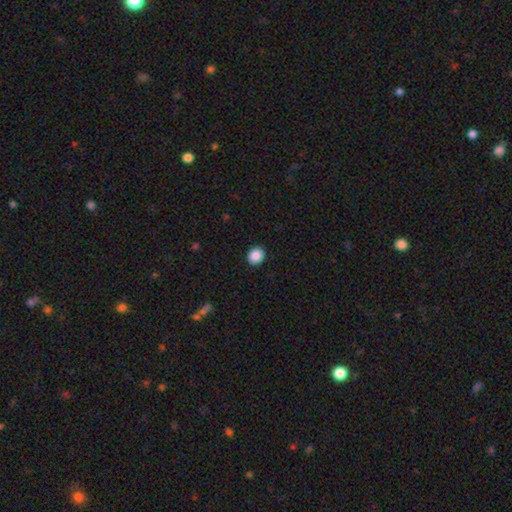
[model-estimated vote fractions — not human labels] A smooth galaxy with no disk features (88%) that is round (74%).

Vote fractions:
- Smooth or featured? smooth: 88% / star or artifact: 8% / featured or disk: 3%
- How rounded? round: 74% / in between: 25% / cigar-shaped: 1%
- Merging? none: 92% / minor disturbance: 5% / major disturbance: 2% / merger: 1%